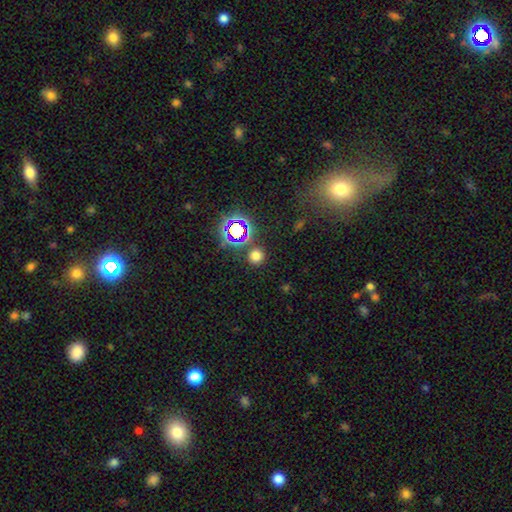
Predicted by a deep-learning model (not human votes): This is likely a smooth galaxy (67%). How rounded: clearly round (92%). Merging: clearly none (86%).